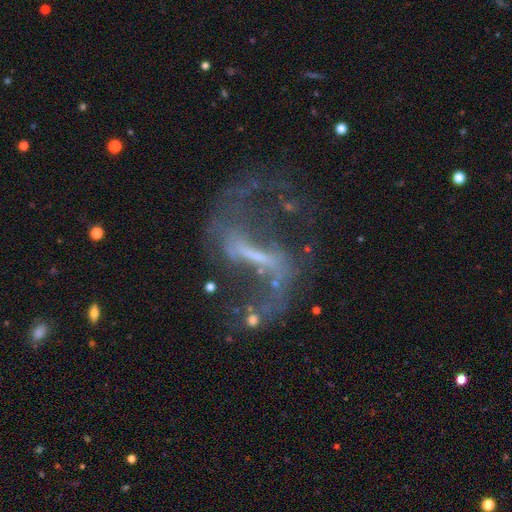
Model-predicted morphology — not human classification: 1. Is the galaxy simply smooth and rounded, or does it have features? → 86% featured or disk, 9% star or artifact, 5% smooth.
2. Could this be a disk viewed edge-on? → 95% no, 5% yes.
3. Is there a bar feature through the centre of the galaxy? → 62% strong, 28% weak, 10% no.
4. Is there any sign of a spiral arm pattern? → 88% yes, 12% no.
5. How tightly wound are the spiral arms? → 79% loose, 17% medium, 5% tight.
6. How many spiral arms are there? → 90% 2, 4% 1, 3% can't tell, 1% 3, 1% 4, 1% more than 4.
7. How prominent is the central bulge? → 46% none, 37% small, 13% moderate, 2% large, 1% dominant.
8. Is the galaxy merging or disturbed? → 59% none, 21% major disturbance, 14% minor disturbance, 5% merger.